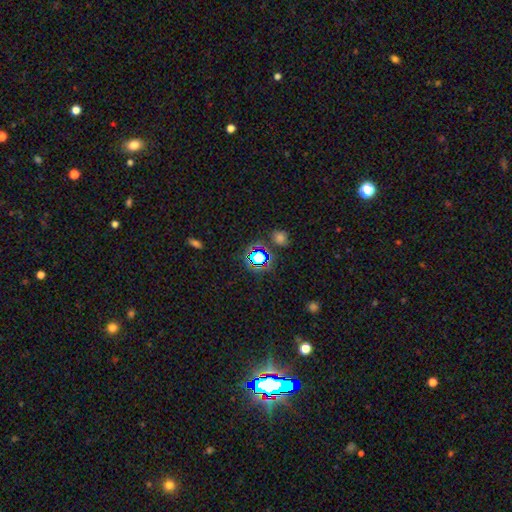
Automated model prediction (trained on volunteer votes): star or artifact 63%, smooth 27%, featured or disk 9%.